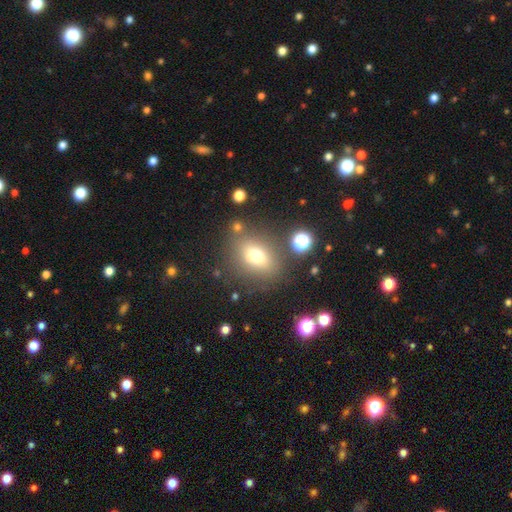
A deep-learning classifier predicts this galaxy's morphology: This appears to be a smooth galaxy with no disk features (62%) that is in between round and cigar-shaped (58%). Merging: none (72%).